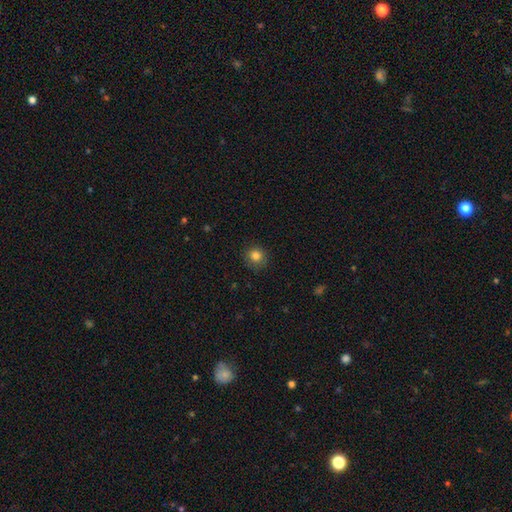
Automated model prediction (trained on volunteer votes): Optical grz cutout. It shows a smooth galaxy with no disk features (82%) that is round (89%). Merging: none (87%).